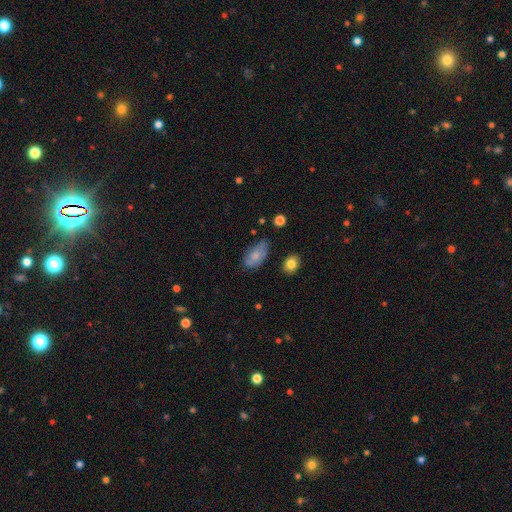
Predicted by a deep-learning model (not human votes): A smooth galaxy with no disk features (68%) that is in between round and cigar-shaped (91%). Merging: none (56%).